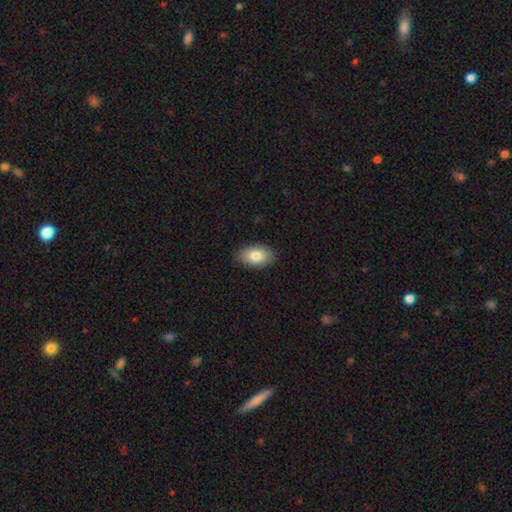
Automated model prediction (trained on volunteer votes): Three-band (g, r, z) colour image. It shows a smooth galaxy with no disk features (83%) that is in between round and cigar-shaped (91%). Merging: none (87%).